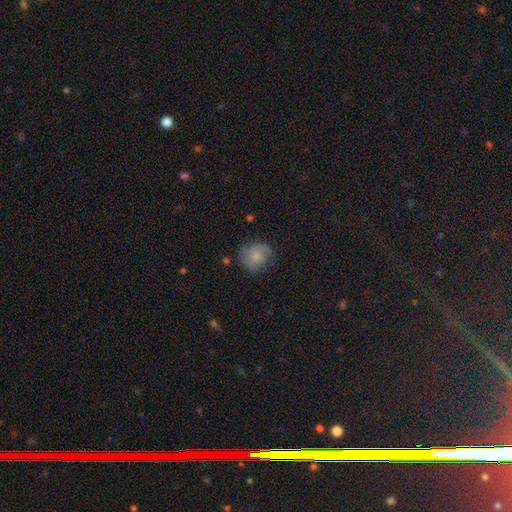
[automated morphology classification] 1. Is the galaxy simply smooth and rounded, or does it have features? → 66% smooth, 26% featured or disk, 8% star or artifact.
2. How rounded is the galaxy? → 75% round, 24% in between, 1% cigar-shaped.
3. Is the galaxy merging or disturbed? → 66% none, 24% minor disturbance, 8% major disturbance, 2% merger.